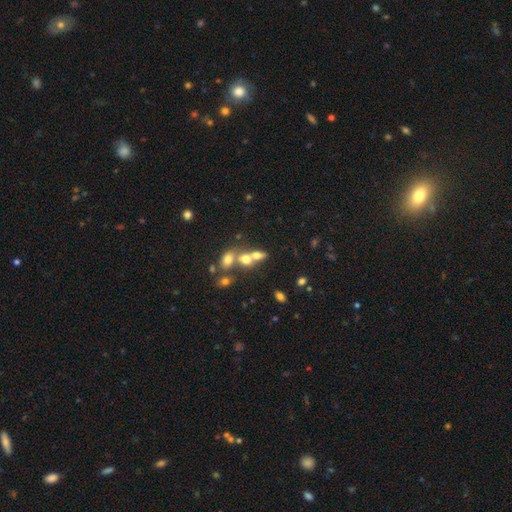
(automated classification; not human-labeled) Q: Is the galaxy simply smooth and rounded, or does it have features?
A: smooth — 63%.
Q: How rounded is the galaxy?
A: in between — 62%.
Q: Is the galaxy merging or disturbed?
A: merger — 60%.